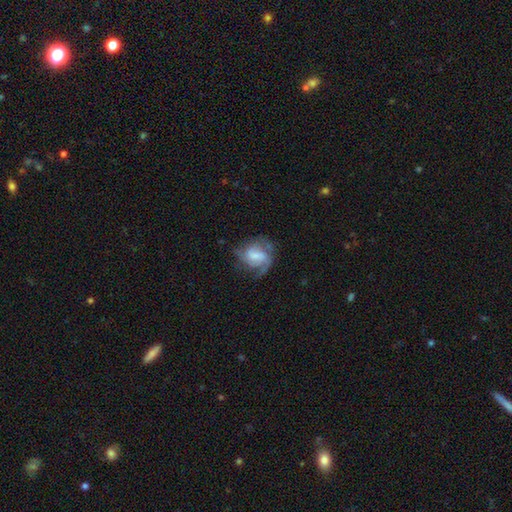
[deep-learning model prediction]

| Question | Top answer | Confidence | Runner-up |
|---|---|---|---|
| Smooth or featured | featured or disk | 72% | smooth (21%) |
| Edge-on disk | no | 98% | yes (2%) |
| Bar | weak | 50% | no (33%) |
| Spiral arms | yes | 90% | no (10%) |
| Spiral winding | medium | 47% | tight (28%) |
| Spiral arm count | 2 | 42% | 3 (20%) |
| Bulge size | small | 37% | moderate (32%) |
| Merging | none | 52% | minor disturbance (24%) |